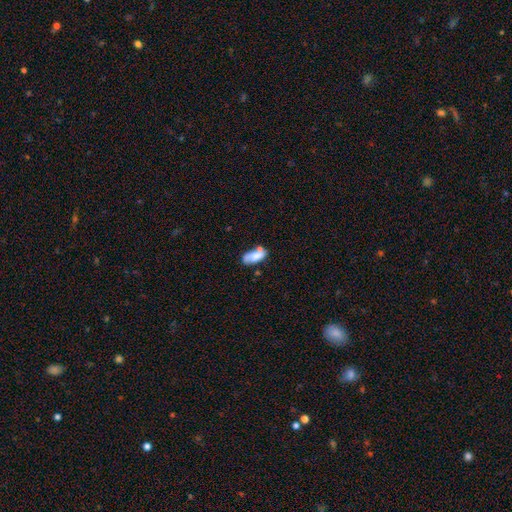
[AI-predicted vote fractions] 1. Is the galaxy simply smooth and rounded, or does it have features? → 69% smooth, 24% featured or disk, 8% star or artifact.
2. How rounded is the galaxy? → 84% in between, 13% cigar-shaped, 3% round.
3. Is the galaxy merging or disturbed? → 51% none, 23% minor disturbance, 18% merger, 7% major disturbance.